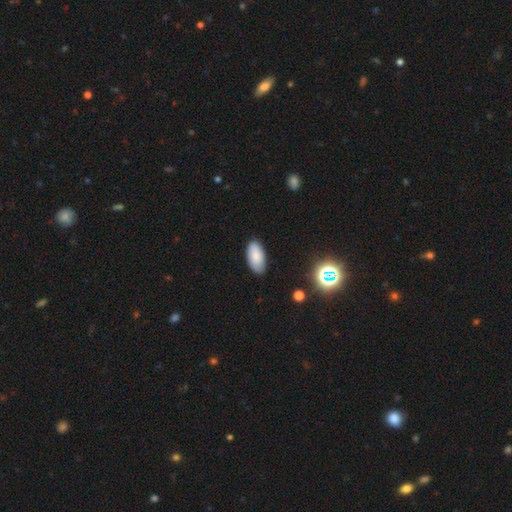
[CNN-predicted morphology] Smooth or featured?
  - smooth: 84% *
  - featured or disk: 8%
  - star or artifact: 8%
How rounded?
  - in between: 94% *
  - cigar-shaped: 4%
  - round: 2%
Merging?
  - none: 85% *
  - minor disturbance: 11%
  - major disturbance: 2%
  - merger: 1%